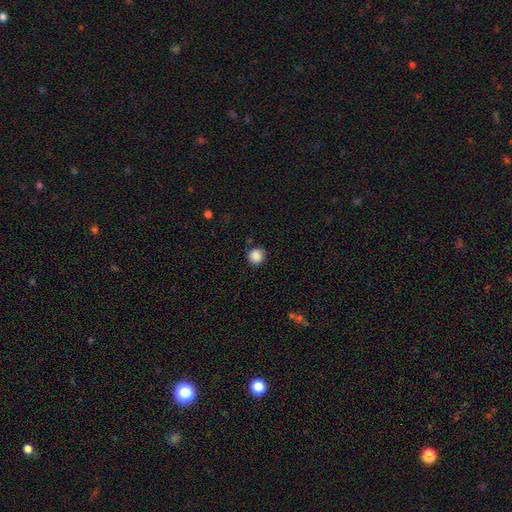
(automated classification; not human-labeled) Overall: smooth (87%). How rounded: round (93%). Merging: none (84%).